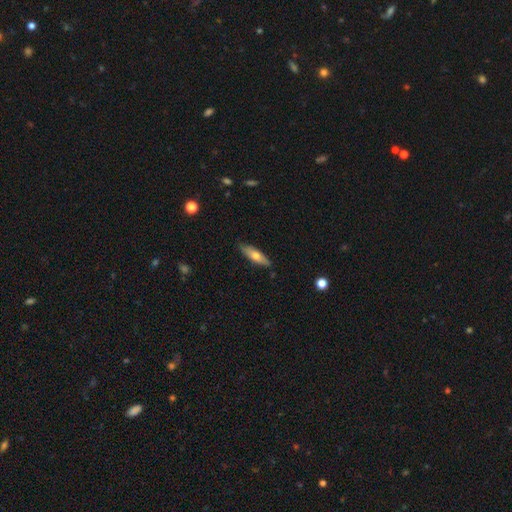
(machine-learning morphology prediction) This is likely a smooth galaxy (61%). How rounded: possibly cigar-shaped (57%). Merging: clearly none (86%).